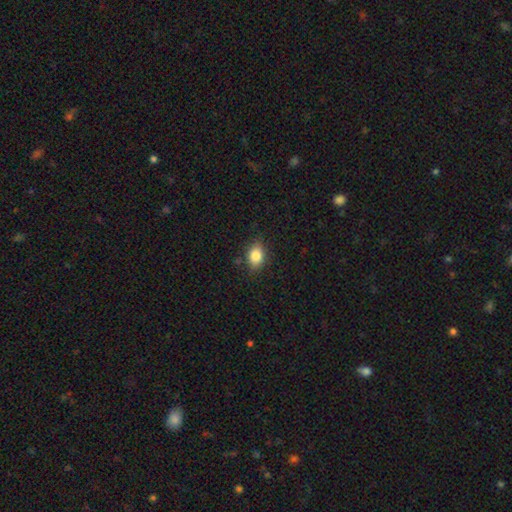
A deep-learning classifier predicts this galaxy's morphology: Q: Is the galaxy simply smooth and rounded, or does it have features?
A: smooth — 83%.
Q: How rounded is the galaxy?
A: in between — 67%.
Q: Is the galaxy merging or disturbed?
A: none — 81%.